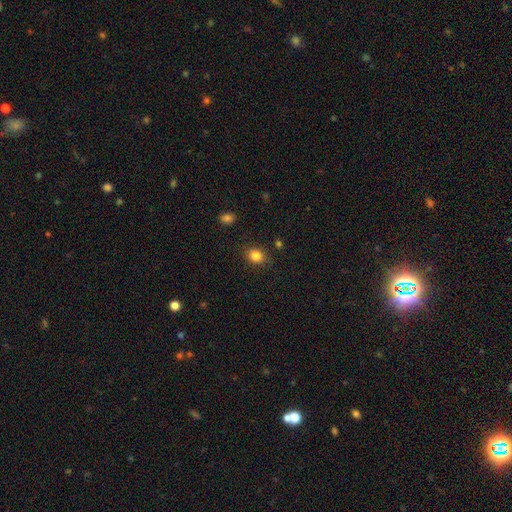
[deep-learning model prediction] The model was most divided on "how rounded": round: 57%, in between: 42%, cigar-shaped: 1%. More confident: smooth or featured — smooth (83%); merging — none (83%).